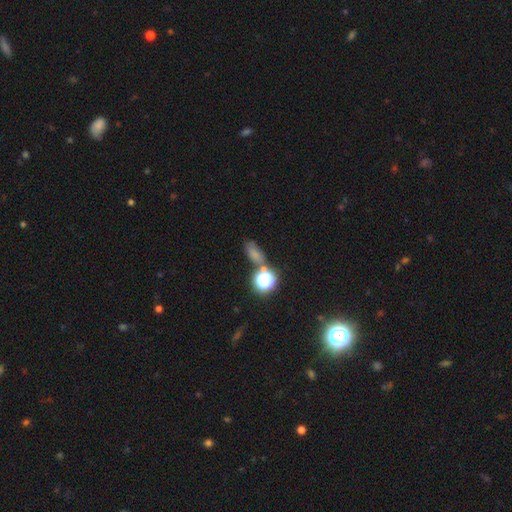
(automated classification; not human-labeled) Smooth or featured?
  - smooth: 49% *
  - star or artifact: 39%
  - featured or disk: 13%
Merging?
  - none: 63% *
  - merger: 16%
  - minor disturbance: 14%
  - major disturbance: 6%